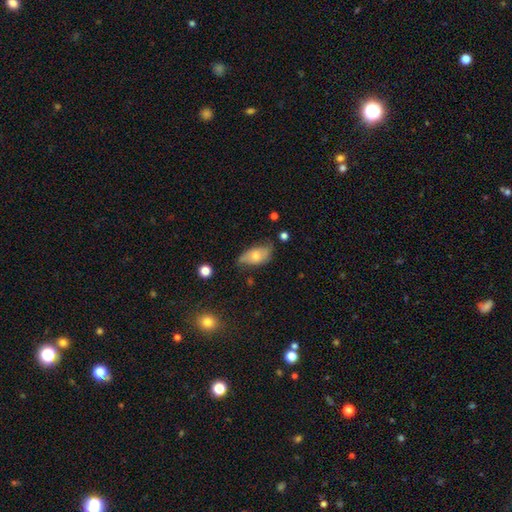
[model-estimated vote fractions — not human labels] smooth 65%, featured or disk 27%, star or artifact 8%. Down the decision tree: how rounded — in between (91%); merging — none (50%).